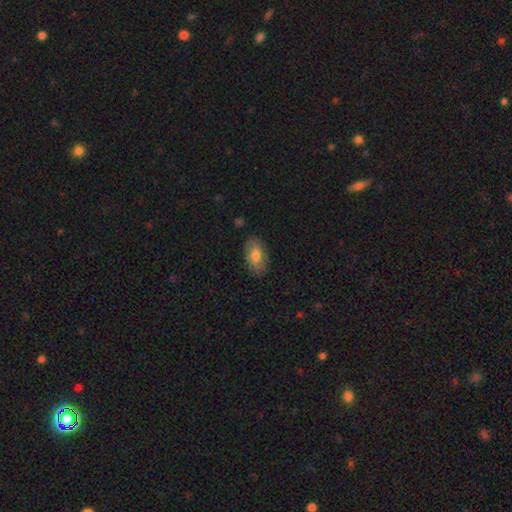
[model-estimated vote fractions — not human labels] Smooth or featured? Predicted: smooth (p=0.60). How rounded? Predicted: in between (p=0.91). Merging? Predicted: none (p=0.80).